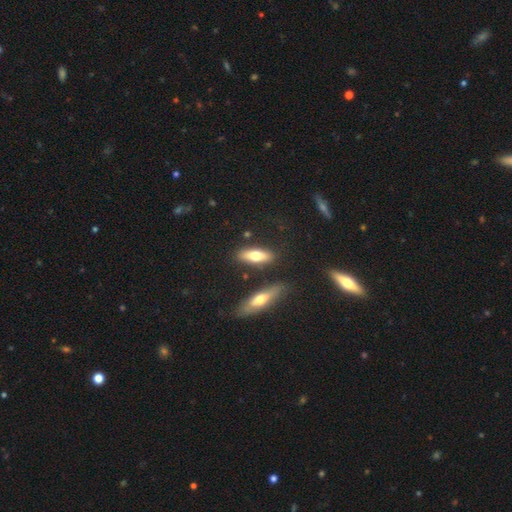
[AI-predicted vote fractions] This is likely a smooth galaxy (64%). How rounded: possibly in between (57%). Merging: likely none (79%).